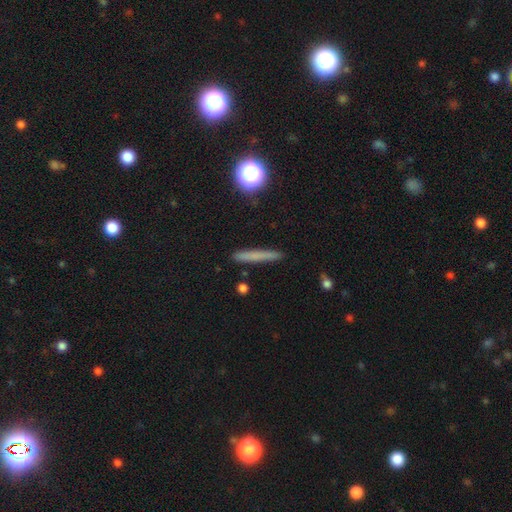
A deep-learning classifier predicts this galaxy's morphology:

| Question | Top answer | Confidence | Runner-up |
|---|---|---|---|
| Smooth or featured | smooth | 66% | featured or disk (24%) |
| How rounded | cigar-shaped | 94% | round (3%) |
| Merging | none | 89% | minor disturbance (8%) |